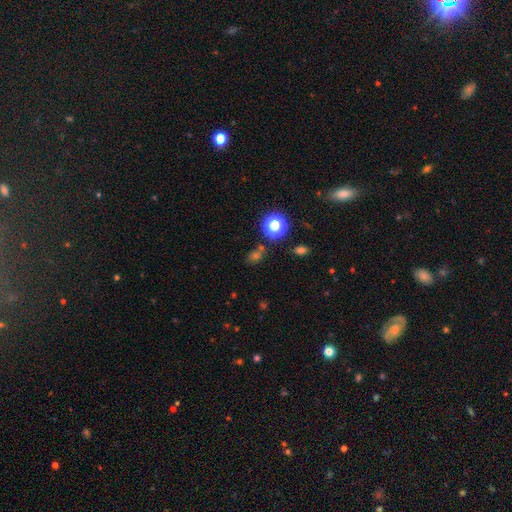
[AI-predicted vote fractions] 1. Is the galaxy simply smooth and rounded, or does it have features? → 49% star or artifact, 42% smooth, 8% featured or disk.